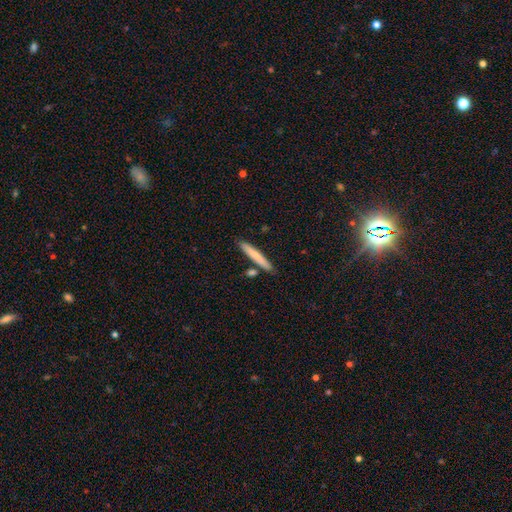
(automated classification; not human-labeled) smooth-or-featured: smooth: 75% | featured or disk: 20% | star or artifact: 5%
  how-rounded: cigar-shaped: 94% | in between: 4% | round: 1%
  merging: none: 83% | minor disturbance: 9% | merger: 6% | major disturbance: 2%